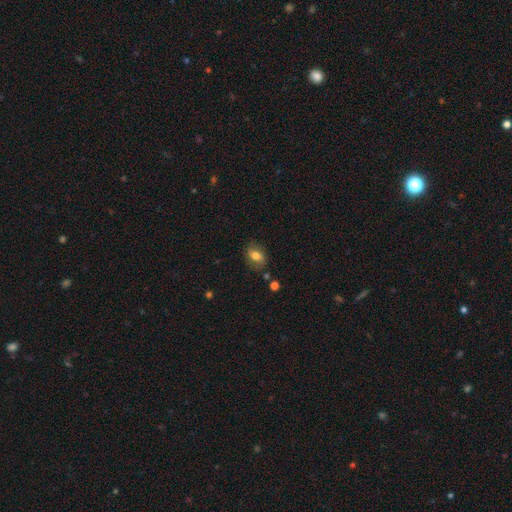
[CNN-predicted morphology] This appears to be a smooth galaxy with no disk features (69%) that is in between round and cigar-shaped (76%). Merging: none (76%).